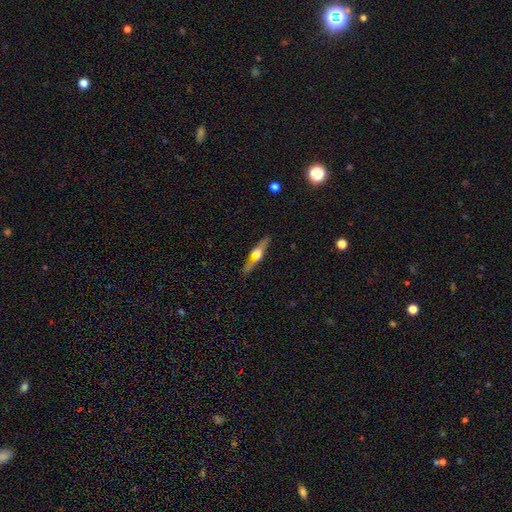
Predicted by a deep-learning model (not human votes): Smooth or featured?
  - featured or disk: 59% *
  - smooth: 35%
  - star or artifact: 6%
Edge-on disk?
  - yes: 89% *
  - no: 11%
Edge-on bulge?
  - rounded: 91% *
  - boxy: 5%
  - none: 4%
Merging?
  - none: 82% *
  - minor disturbance: 12%
  - major disturbance: 3%
  - merger: 3%